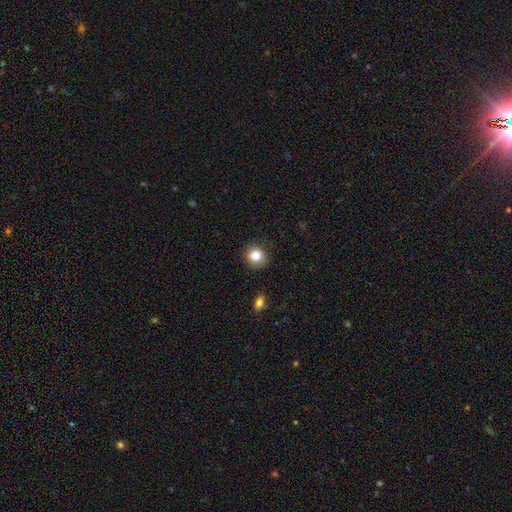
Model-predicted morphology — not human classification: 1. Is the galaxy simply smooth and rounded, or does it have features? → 84% smooth, 10% star or artifact, 6% featured or disk.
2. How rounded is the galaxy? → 88% round, 11% in between, 1% cigar-shaped.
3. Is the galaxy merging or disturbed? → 89% none, 8% minor disturbance, 2% major disturbance, 1% merger.